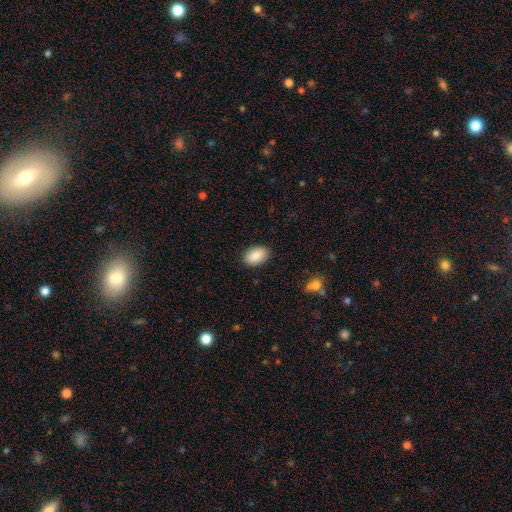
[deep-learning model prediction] This is clearly a smooth galaxy (87%). How rounded: clearly in between (92%). Merging: clearly none (88%).